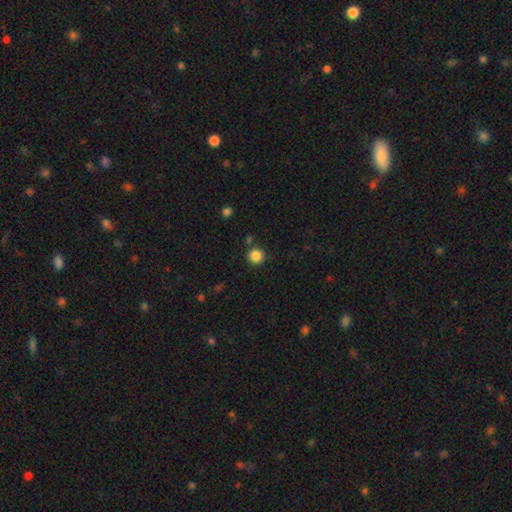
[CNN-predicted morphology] Smooth or featured? Predicted: smooth (p=0.85). How rounded? Predicted: round (p=0.95). Merging? Predicted: none (p=0.85).